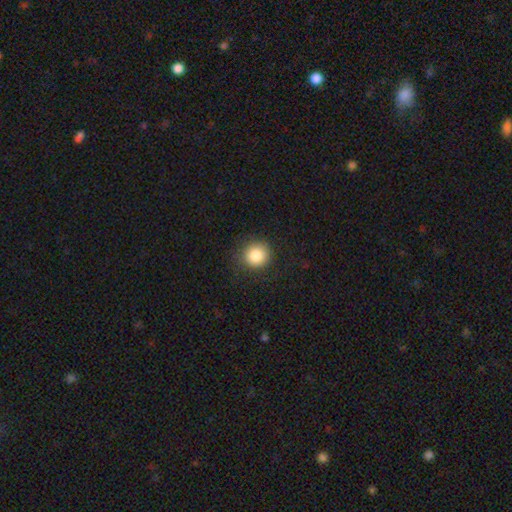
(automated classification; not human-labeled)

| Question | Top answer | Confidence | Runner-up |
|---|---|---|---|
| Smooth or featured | smooth | 86% | star or artifact (10%) |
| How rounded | round | 91% | in between (8%) |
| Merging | none | 87% | minor disturbance (9%) |